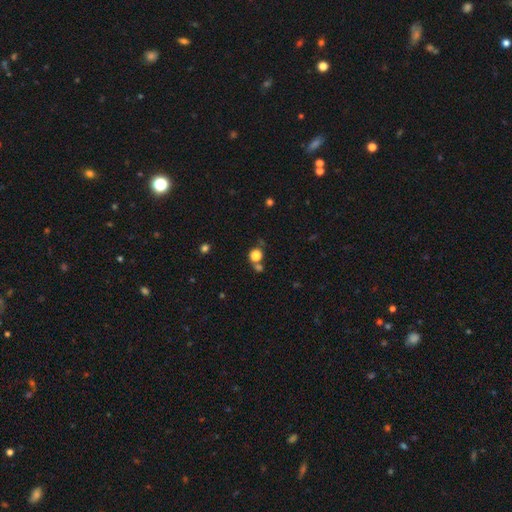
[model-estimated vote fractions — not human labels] The model was most divided on "merging": none: 57%, merger: 27%, minor disturbance: 10%, major disturbance: 6%. More confident: how rounded — round (83%); smooth or featured — smooth (80%).